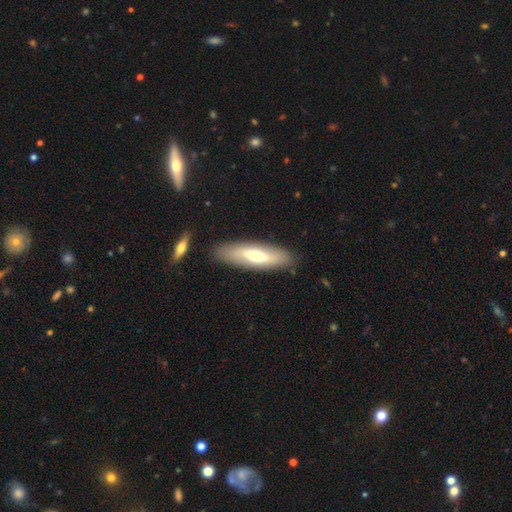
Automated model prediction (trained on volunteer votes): A smooth galaxy with no disk features (50%) that is cigar-shaped (54%).

Vote fractions:
- Smooth or featured? smooth: 50% / featured or disk: 44% / star or artifact: 6%
- How rounded? cigar-shaped: 54% / in between: 44% / round: 2%
- Merging? none: 86% / minor disturbance: 10% / major disturbance: 2% / merger: 2%